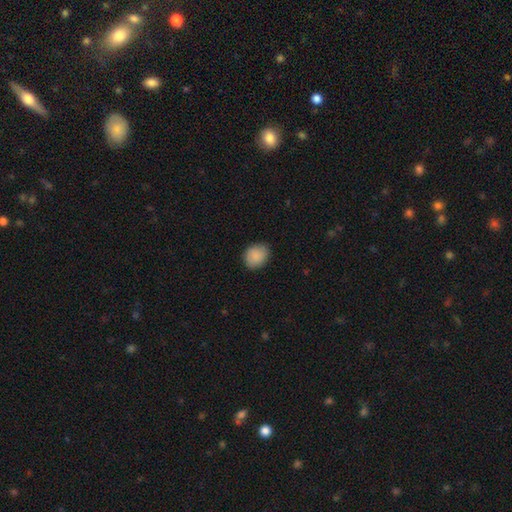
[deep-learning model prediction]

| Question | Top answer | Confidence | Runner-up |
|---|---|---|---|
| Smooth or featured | smooth | 89% | star or artifact (7%) |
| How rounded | round | 56% | in between (43%) |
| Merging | none | 85% | minor disturbance (12%) |